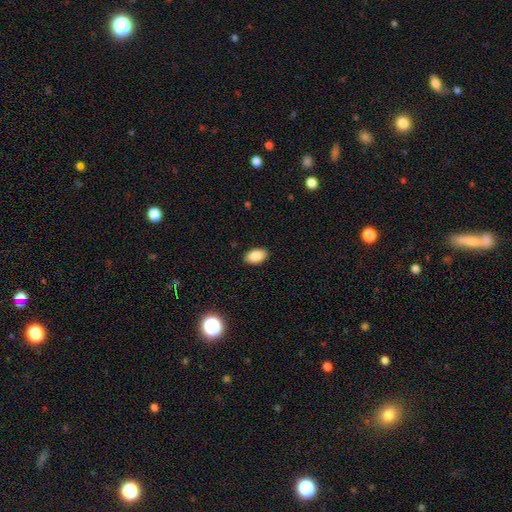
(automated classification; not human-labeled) smooth-or-featured: smooth: 88% | star or artifact: 8% | featured or disk: 4%
  how-rounded: in between: 91% | round: 8% | cigar-shaped: 1%
  merging: none: 89% | minor disturbance: 8% | major disturbance: 2% | merger: 1%